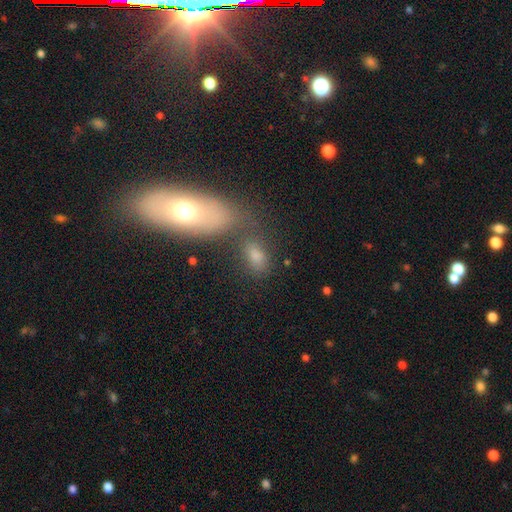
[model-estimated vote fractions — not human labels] This appears to be a smooth galaxy with no disk features (75%) that is in between round and cigar-shaped (86%). Merging: none (50%).